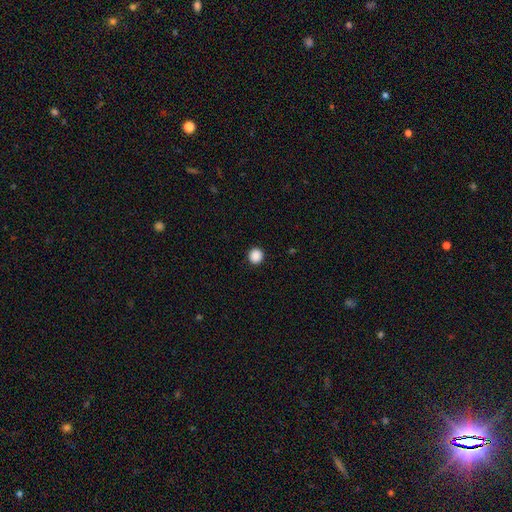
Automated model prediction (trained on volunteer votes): smooth 89%, star or artifact 9%, featured or disk 2%. Down the decision tree: how rounded — round (94%); merging — none (93%).